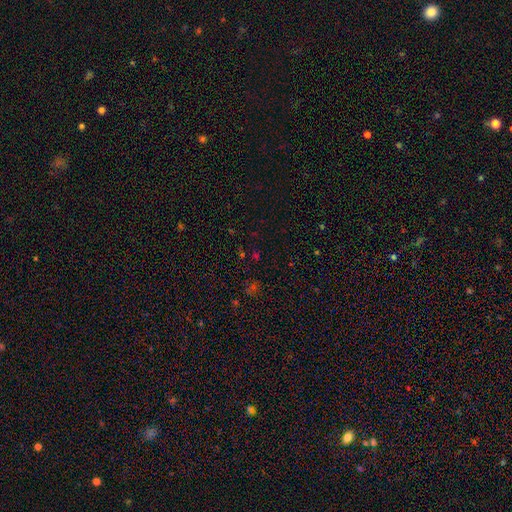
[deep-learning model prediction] A star or artifact, not a galaxy (59%).

Vote fractions:
- Smooth or featured? star or artifact: 59% / smooth: 33% / featured or disk: 8%